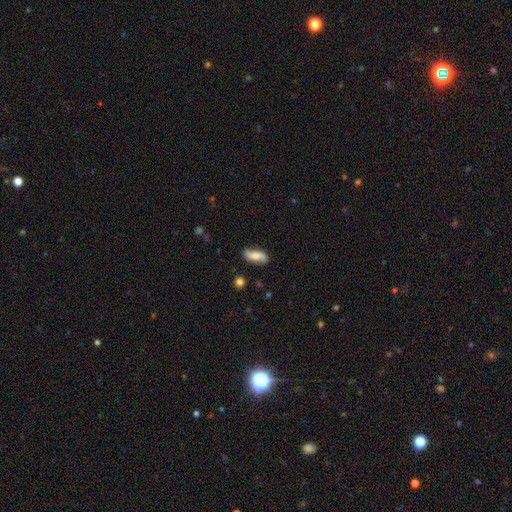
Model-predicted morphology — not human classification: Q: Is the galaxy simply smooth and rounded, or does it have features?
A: smooth — 56%.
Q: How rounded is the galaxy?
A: in between — 77%.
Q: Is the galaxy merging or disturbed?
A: none — 81%.